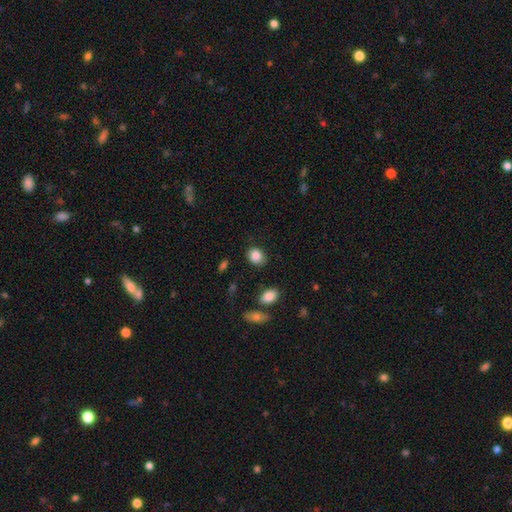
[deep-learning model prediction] Smooth or featured? Predicted: smooth (p=0.86). How rounded? Predicted: in between (p=0.52). Merging? Predicted: none (p=0.82).